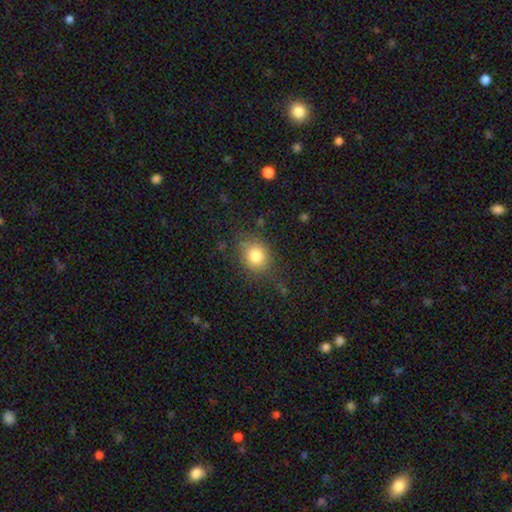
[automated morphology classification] A smooth galaxy with no disk features (80%) that is round (69%). Merging: none (71%).